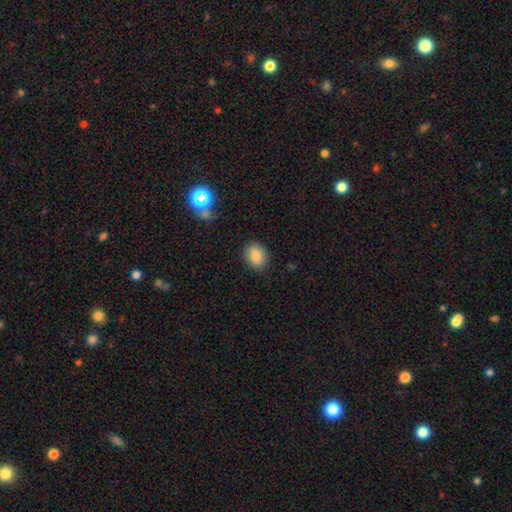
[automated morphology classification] This appears to be a smooth galaxy with no disk features (83%) that is round (57%). Merging: none (87%).